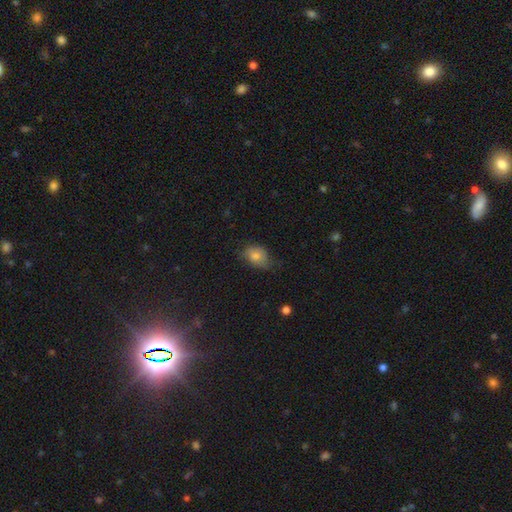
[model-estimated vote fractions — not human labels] The model was most divided on "merging": none: 57%, minor disturbance: 33%, major disturbance: 9%, merger: 1%. More confident: smooth or featured — smooth (77%); how rounded — in between (70%).